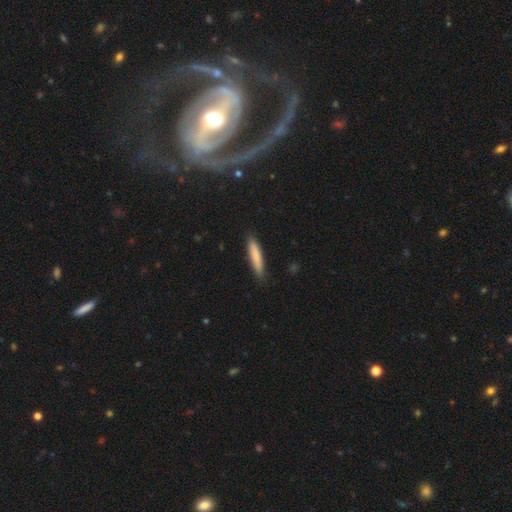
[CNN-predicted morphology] A smooth galaxy with no disk features (81%) that is cigar-shaped (87%).

Vote fractions:
- Smooth or featured? smooth: 81% / featured or disk: 13% / star or artifact: 6%
- How rounded? cigar-shaped: 87% / in between: 12% / round: 1%
- Merging? none: 86% / minor disturbance: 11% / major disturbance: 2% / merger: 1%